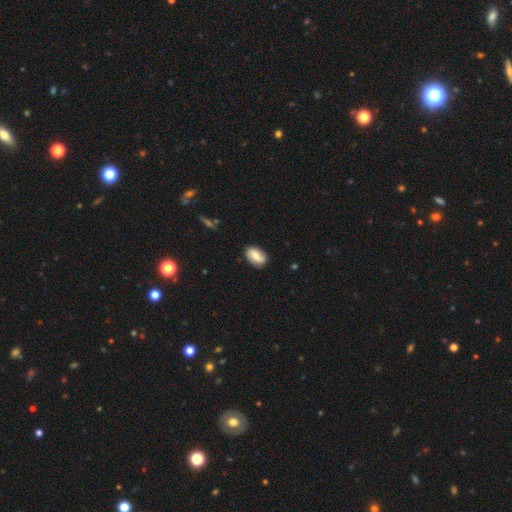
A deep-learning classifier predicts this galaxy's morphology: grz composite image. It shows a smooth galaxy with no disk features (57%) that is in between round and cigar-shaped (88%). Merging: none (76%).